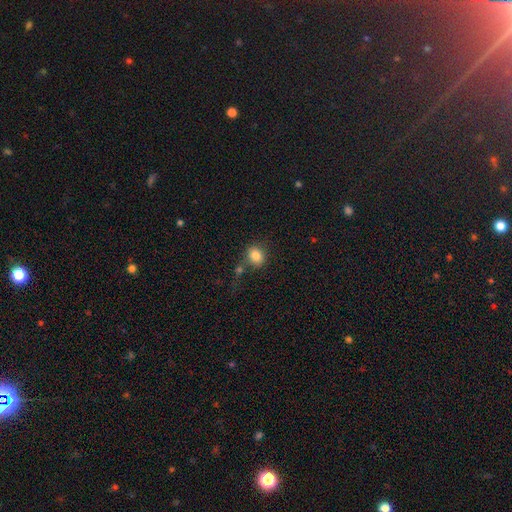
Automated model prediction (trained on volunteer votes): Smooth or featured: smooth — 83% (star or artifact — 10%)
How rounded: round — 65% (in between — 34%)
Merging: none — 66% (merger — 15%)